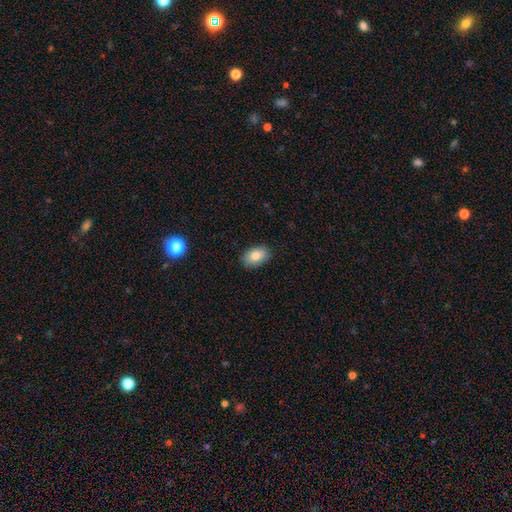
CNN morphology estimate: Smooth or featured? Predicted: smooth (p=0.83). How rounded? Predicted: in between (p=0.88). Merging? Predicted: none (p=0.87).